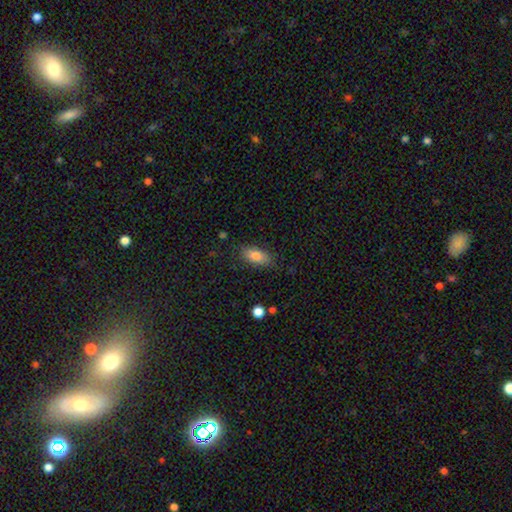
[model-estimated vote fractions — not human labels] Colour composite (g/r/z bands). It shows a smooth galaxy with no disk features (82%) that is in between round and cigar-shaped (86%). Merging: none (82%).